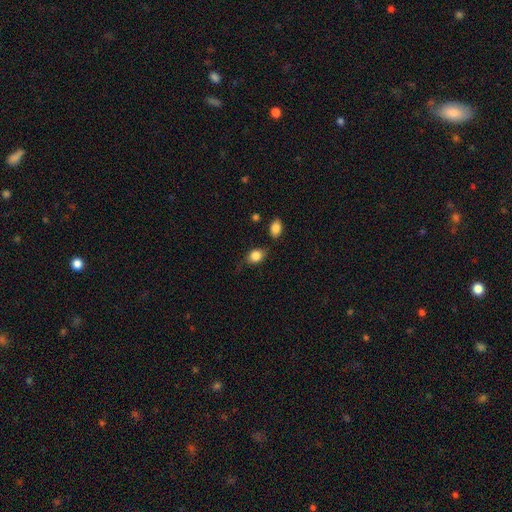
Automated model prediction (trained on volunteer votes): Smooth or featured? Predicted: smooth (p=0.84). How rounded? Predicted: in between (p=0.69). Merging? Predicted: none (p=0.68).